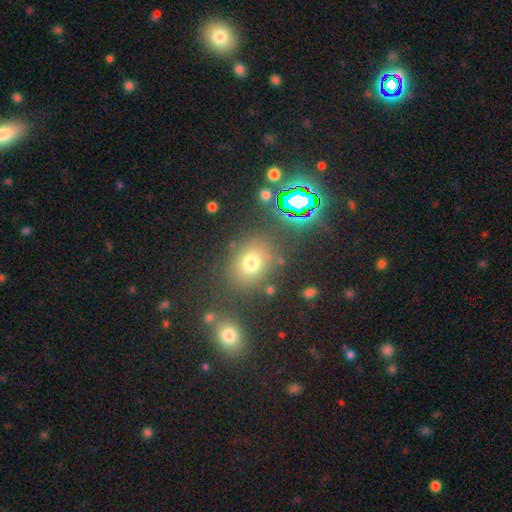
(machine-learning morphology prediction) Smooth or featured? smooth (49%)
Merging? none (78%)